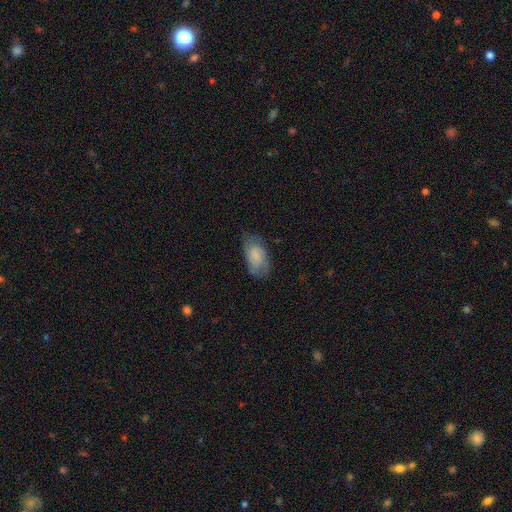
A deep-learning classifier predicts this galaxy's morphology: smooth_or_featured: smooth (p=0.76) [alt: featured or disk p=0.17]
how_rounded: in between (p=0.94) [alt: round p=0.04]
merging: none (p=0.64) [alt: minor disturbance p=0.27]